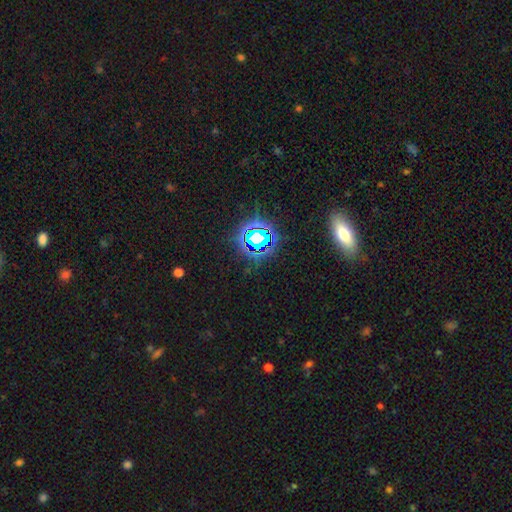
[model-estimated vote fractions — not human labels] Smooth or featured? star or artifact (73%)